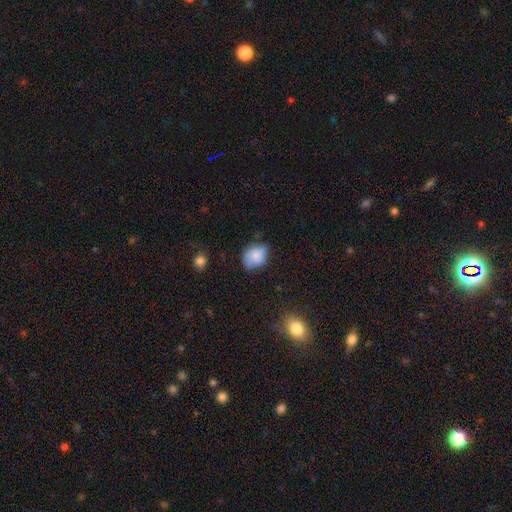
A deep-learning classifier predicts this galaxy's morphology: The model was most divided on "how rounded": in between: 58%, round: 41%, cigar-shaped: 1%. More confident: smooth or featured — smooth (79%); merging — none (56%).